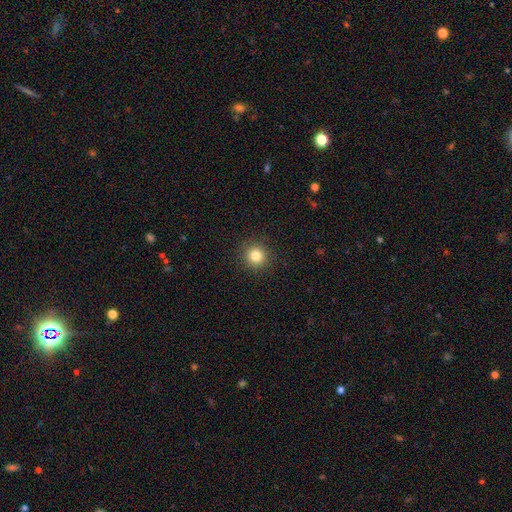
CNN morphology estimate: The model was most divided on "smooth or featured": smooth: 82%, star or artifact: 12%, featured or disk: 6%. More confident: how rounded — round (94%); merging — none (91%).